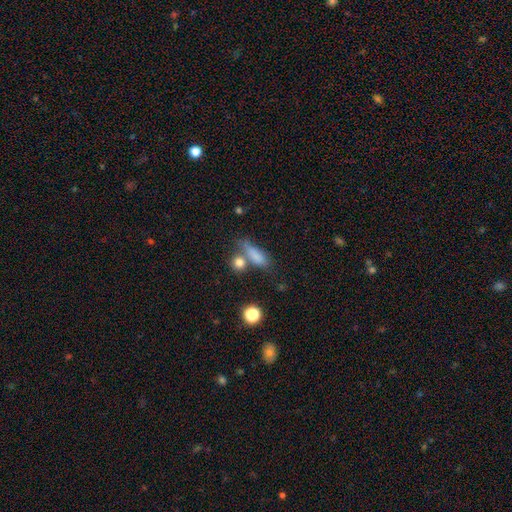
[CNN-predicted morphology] smooth-or-featured: smooth: 78% | featured or disk: 12% | star or artifact: 10%
  how-rounded: in between: 53% | cigar-shaped: 38% | round: 10%
  merging: none: 50% | merger: 24% | minor disturbance: 17% | major disturbance: 9%